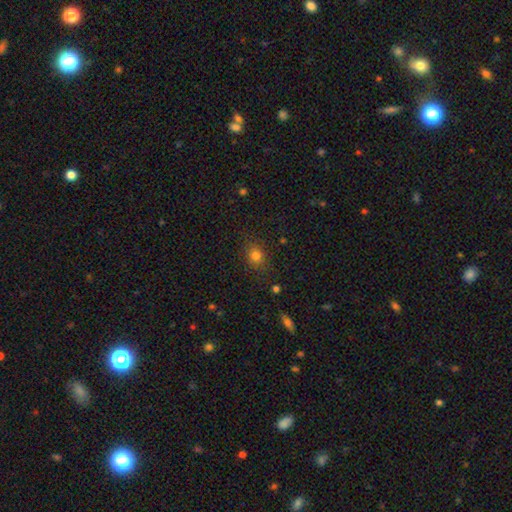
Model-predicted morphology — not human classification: type=smooth (79%); roundness=round (65%); merging=none (83%).